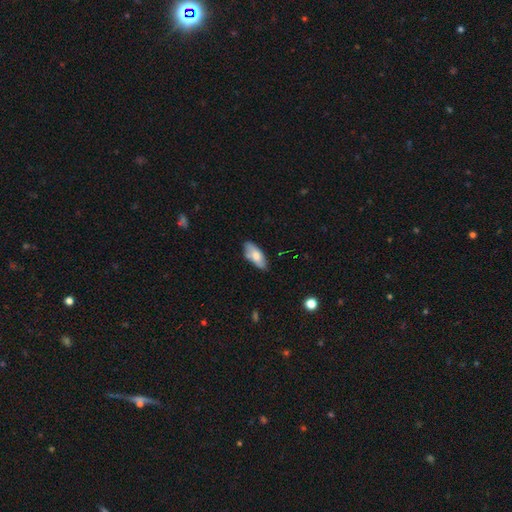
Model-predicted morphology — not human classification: This appears to be a smooth galaxy with no disk features (69%) that is in between round and cigar-shaped (84%). Merging: none (72%).